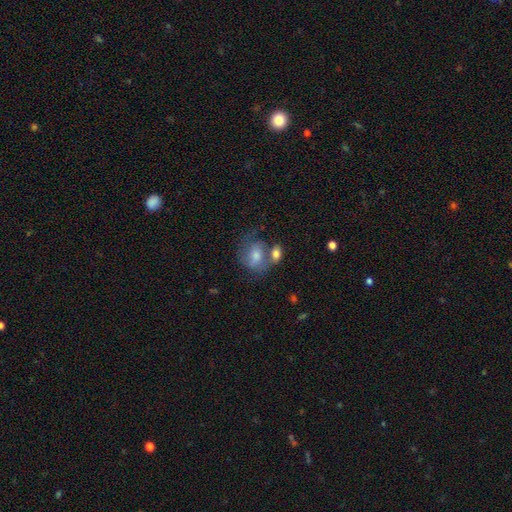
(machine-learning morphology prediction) Smooth or featured: smooth — 60% (featured or disk — 33%)
How rounded: in between — 60% (round — 38%)
Merging: merger — 39% (none — 32%)